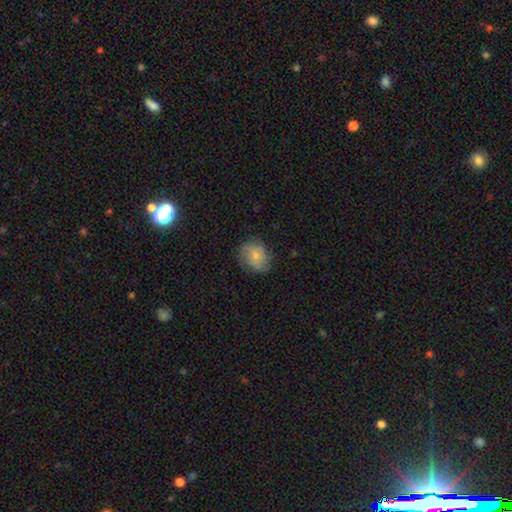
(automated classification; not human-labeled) Smooth or featured? smooth (66%)
How rounded? round (55%)
Merging? none (63%)